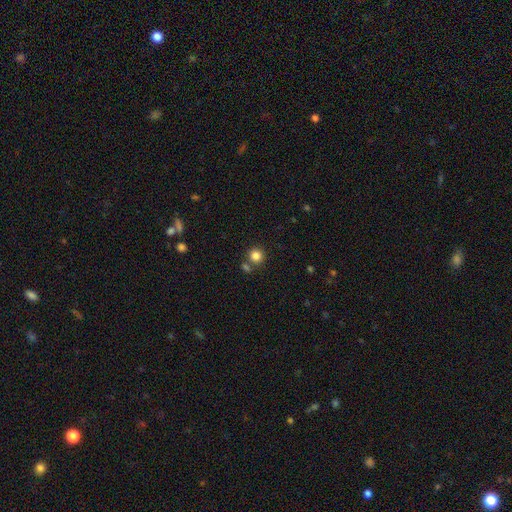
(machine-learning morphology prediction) smooth 84%, star or artifact 11%, featured or disk 5%. Down the decision tree: how rounded — round (92%); merging — none (75%).